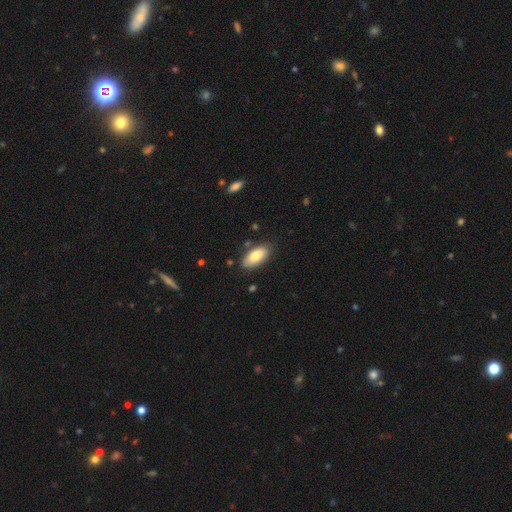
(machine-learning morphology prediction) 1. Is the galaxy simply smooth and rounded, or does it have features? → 80% smooth, 14% featured or disk, 6% star or artifact.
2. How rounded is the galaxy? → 90% in between, 7% cigar-shaped, 2% round.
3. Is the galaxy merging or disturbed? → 82% none, 13% minor disturbance, 3% major disturbance, 2% merger.